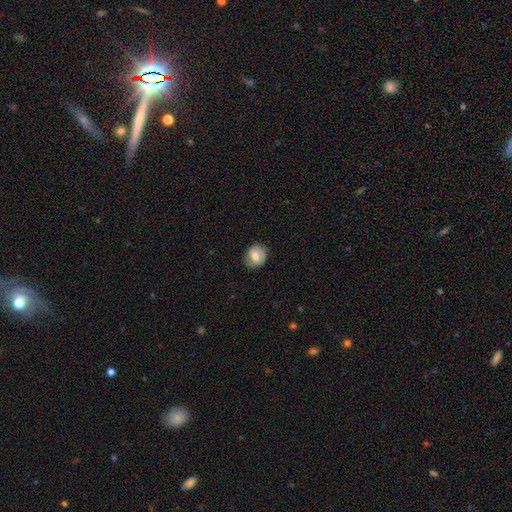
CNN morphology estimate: Smooth or featured? Predicted: smooth (p=0.61). How rounded? Predicted: round (p=0.66). Merging? Predicted: none (p=0.76).